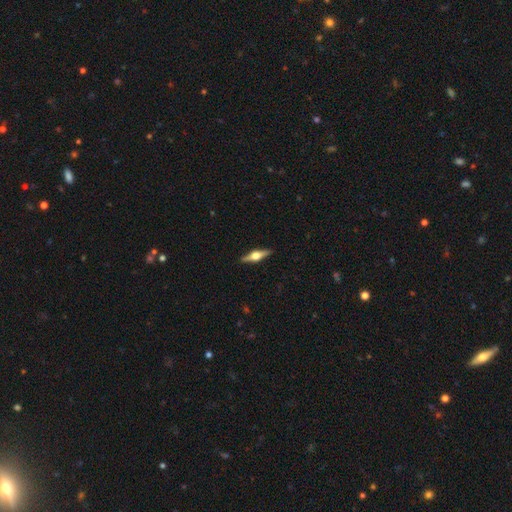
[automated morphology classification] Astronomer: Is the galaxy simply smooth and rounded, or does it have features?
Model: featured or disk — 73%.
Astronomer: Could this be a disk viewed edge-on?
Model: yes — 97%.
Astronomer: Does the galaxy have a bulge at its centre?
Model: rounded — 95%.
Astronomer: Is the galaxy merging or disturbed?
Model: none — 91%.